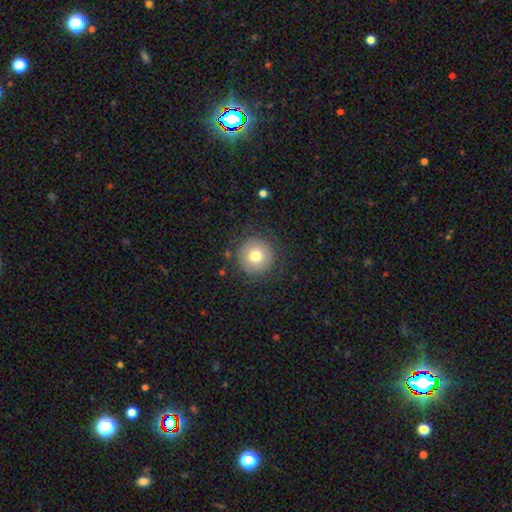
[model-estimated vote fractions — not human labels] smooth-or-featured: smooth: 74% | featured or disk: 15% | star or artifact: 10%
  how-rounded: round: 96% | in between: 3% | cigar-shaped: 1%
  merging: none: 85% | minor disturbance: 9% | major disturbance: 4% | merger: 1%